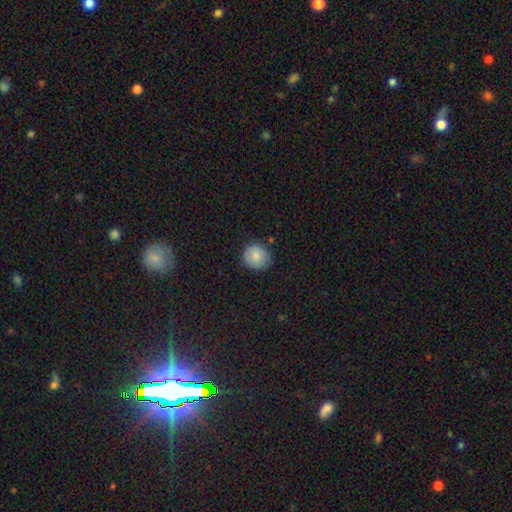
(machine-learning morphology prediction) This is clearly a smooth galaxy (82%). How rounded: clearly round (87%). Merging: clearly none (84%).